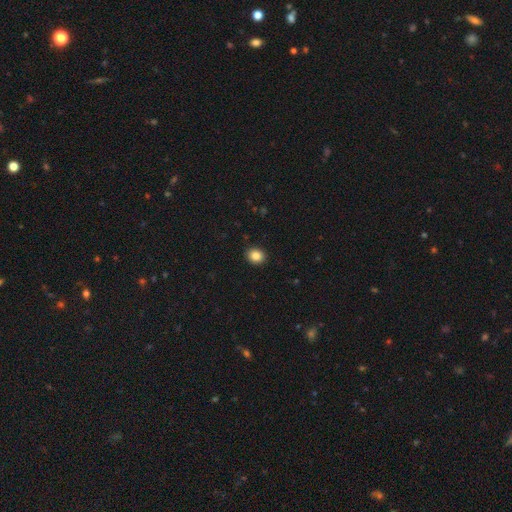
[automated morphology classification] Smooth or featured? Predicted: smooth (p=0.87). How rounded? Predicted: round (p=0.63). Merging? Predicted: none (p=0.91).